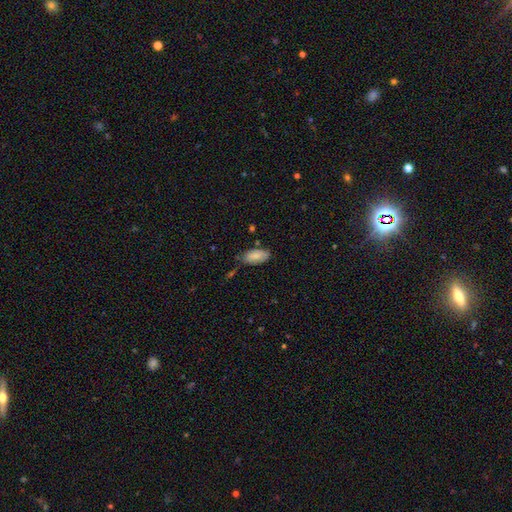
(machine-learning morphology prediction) This appears to be a smooth galaxy with no disk features (81%) that is in between round and cigar-shaped (94%). Merging: none (69%).